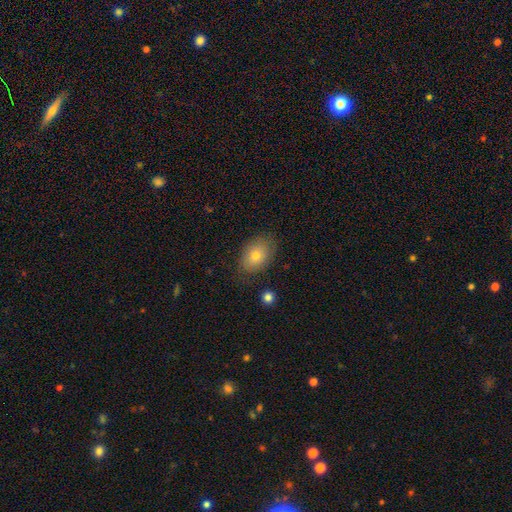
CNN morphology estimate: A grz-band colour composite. It shows a smooth galaxy with no disk features (73%) that is in between round and cigar-shaped (82%). Merging: none (77%).